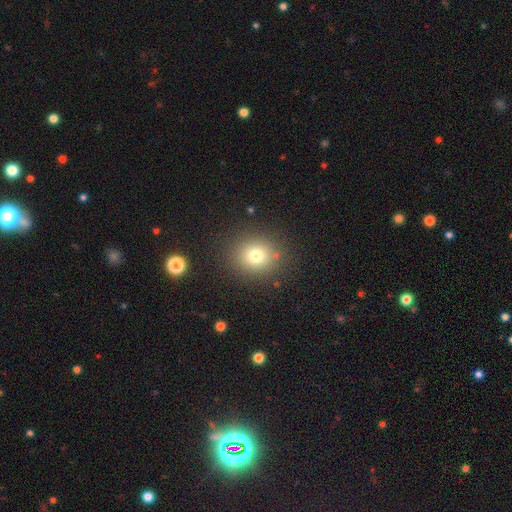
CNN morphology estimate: The model was most divided on "smooth or featured": smooth: 75%, star or artifact: 15%, featured or disk: 10%. More confident: merging — none (85%); how rounded — round (81%).